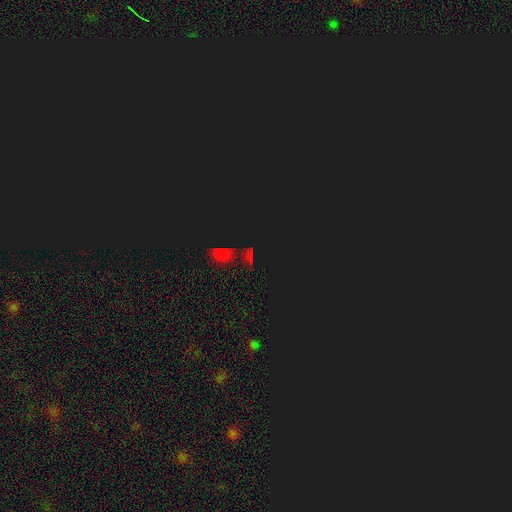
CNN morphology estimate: Smooth or featured: star or artifact — 82% (smooth — 11%)